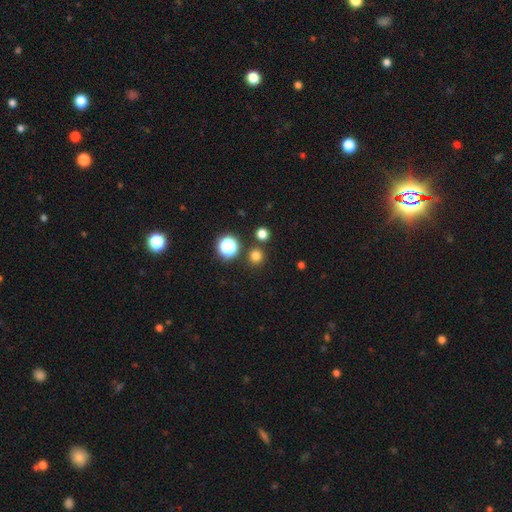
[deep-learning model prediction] Smooth or featured: smooth — 75% (star or artifact — 20%)
How rounded: round — 93% (in between — 6%)
Merging: none — 85% (merger — 7%)